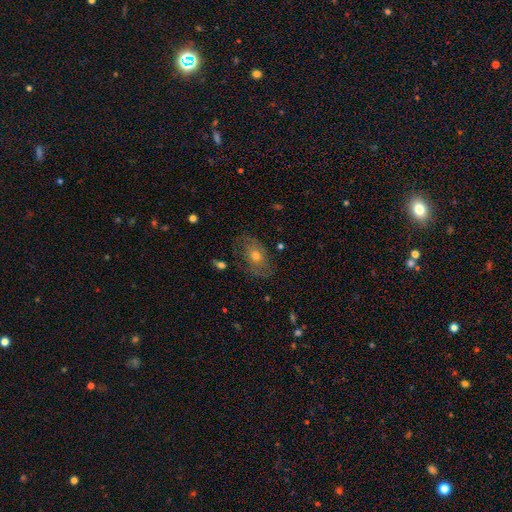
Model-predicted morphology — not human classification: Smooth or featured? Predicted: featured or disk (p=0.47). Merging? Predicted: none (p=0.75).